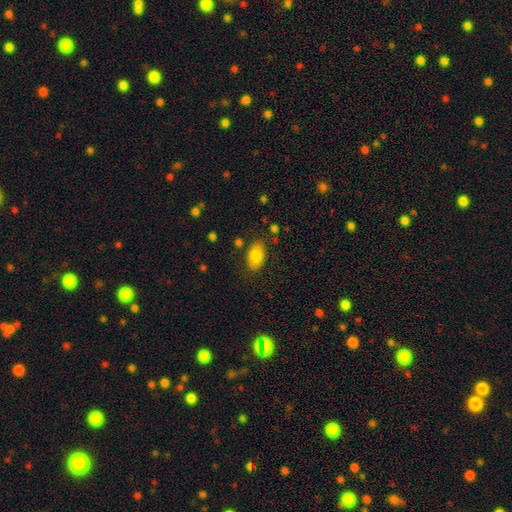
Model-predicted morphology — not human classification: A smooth galaxy with no disk features (81%) that is in between round and cigar-shaped (91%). Merging: none (81%).